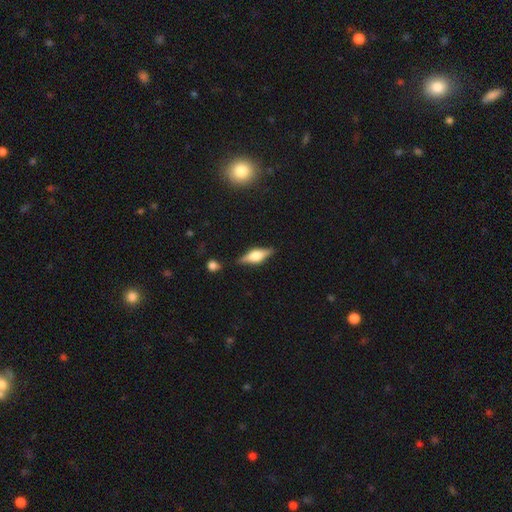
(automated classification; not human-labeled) Smooth or featured? featured or disk (64%)
Edge-on disk? yes (95%)
Edge-on bulge? rounded (88%)
Merging? none (84%)